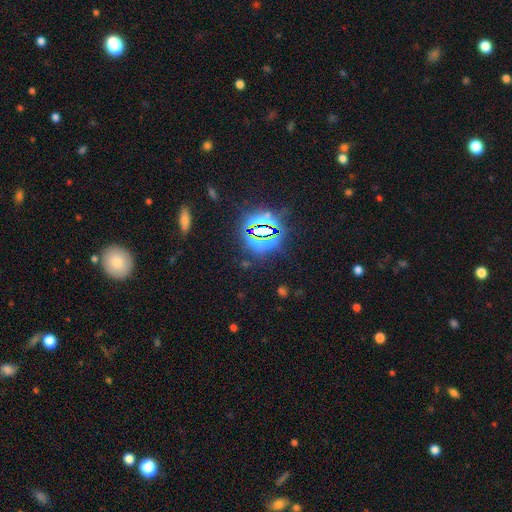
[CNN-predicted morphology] Q: Smooth or featured?
A: star or artifact (81%); runner-up: smooth (12%)